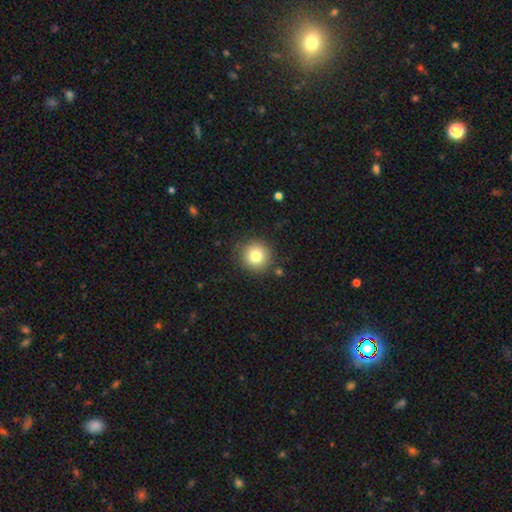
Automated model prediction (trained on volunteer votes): Smooth or featured? smooth (80%)
How rounded? round (94%)
Merging? none (88%)